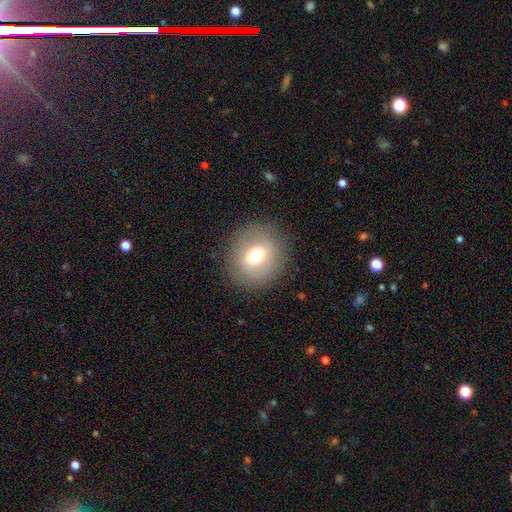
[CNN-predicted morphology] Smooth or featured?
  - smooth: 67% *
  - featured or disk: 21%
  - star or artifact: 12%
How rounded?
  - round: 80% *
  - in between: 19%
  - cigar-shaped: 1%
Merging?
  - none: 87% *
  - minor disturbance: 8%
  - major disturbance: 4%
  - merger: 1%